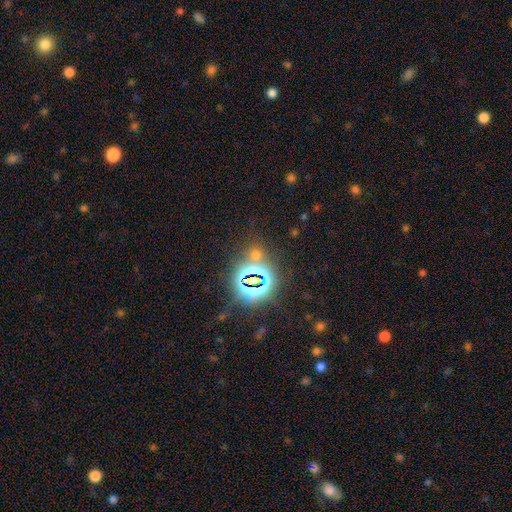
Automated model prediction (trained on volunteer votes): Smooth or featured? star or artifact (69%)